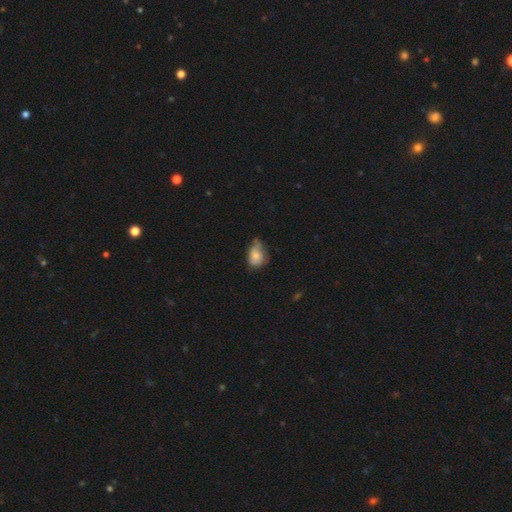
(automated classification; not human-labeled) This appears to be a smooth galaxy with no disk features (64%) that is in between round and cigar-shaped (69%). Merging: minor disturbance (44%).